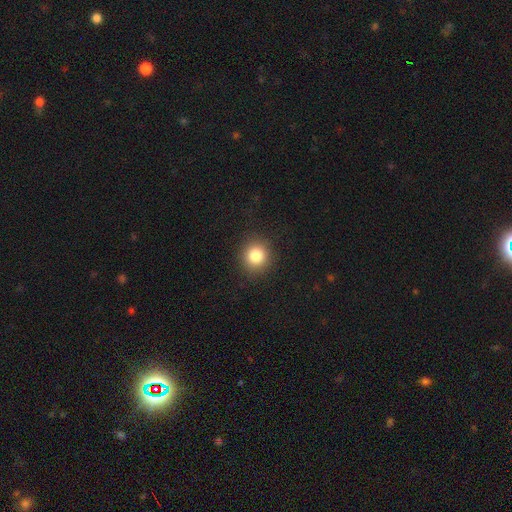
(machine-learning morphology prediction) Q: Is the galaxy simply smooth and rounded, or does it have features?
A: smooth — 84%.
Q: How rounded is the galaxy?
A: round — 89%.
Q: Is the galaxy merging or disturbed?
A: none — 90%.